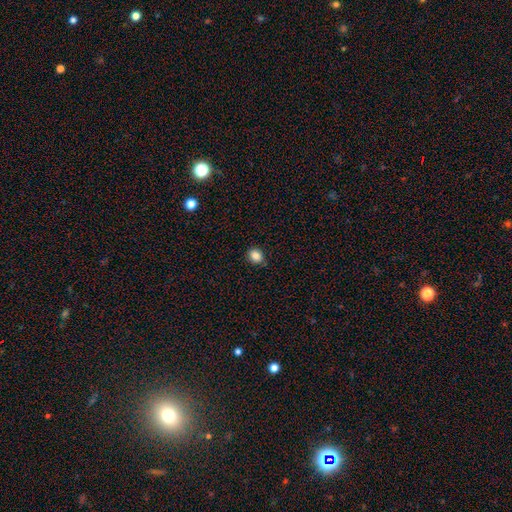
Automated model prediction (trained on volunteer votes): smooth_or_featured: smooth (p=0.85) [alt: star or artifact p=0.11]
how_rounded: round (p=0.69) [alt: in between p=0.31]
merging: none (p=0.85) [alt: minor disturbance p=0.11]